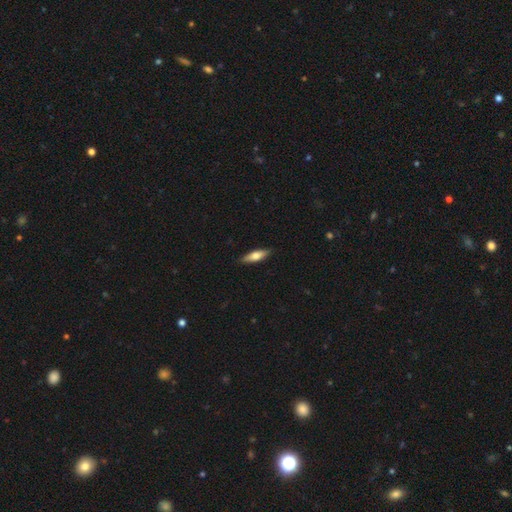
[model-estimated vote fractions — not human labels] This appears to be a smooth galaxy with no disk features (58%) that is cigar-shaped (59%). Merging: none (88%).